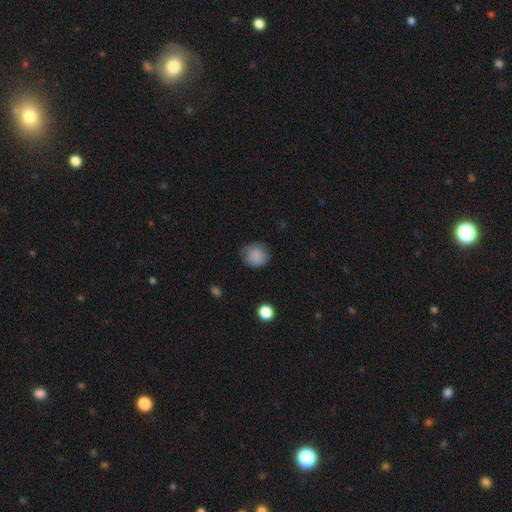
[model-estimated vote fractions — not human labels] smooth_or_featured: smooth (p=0.86) [alt: star or artifact p=0.08]
how_rounded: round (p=0.83) [alt: in between p=0.16]
merging: none (p=0.77) [alt: minor disturbance p=0.17]